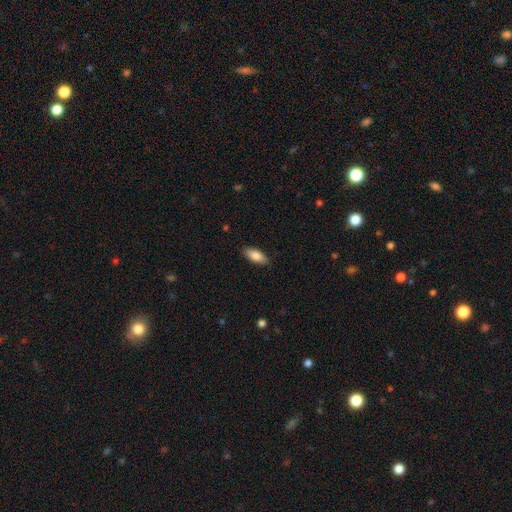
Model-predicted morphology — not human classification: This is clearly a smooth galaxy (84%). How rounded: clearly in between (81%). Merging: clearly none (87%).